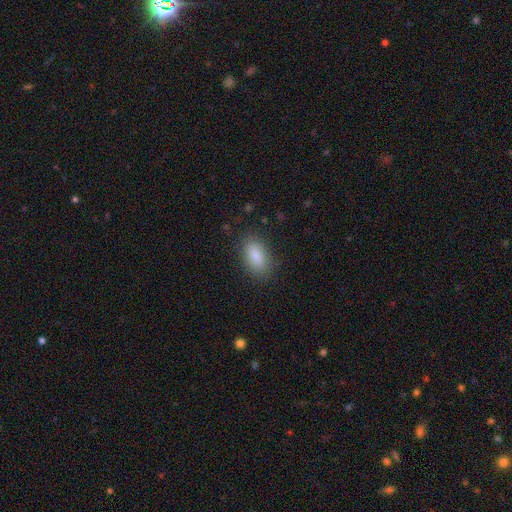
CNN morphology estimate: Smooth or featured? smooth (87%)
How rounded? in between (90%)
Merging? none (84%)